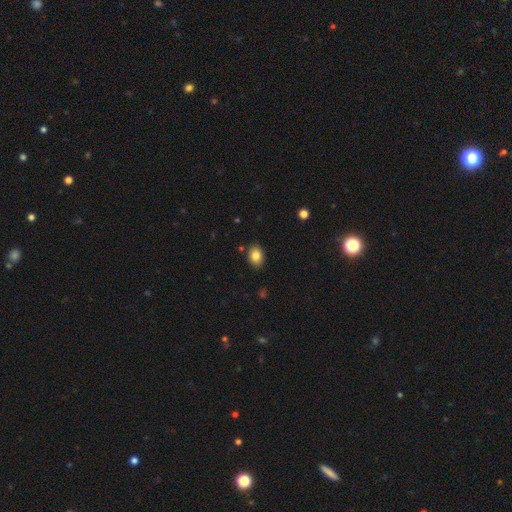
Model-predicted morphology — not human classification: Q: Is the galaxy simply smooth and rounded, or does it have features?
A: smooth — 83%.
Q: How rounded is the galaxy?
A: in between — 71%.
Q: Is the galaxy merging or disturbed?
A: none — 86%.